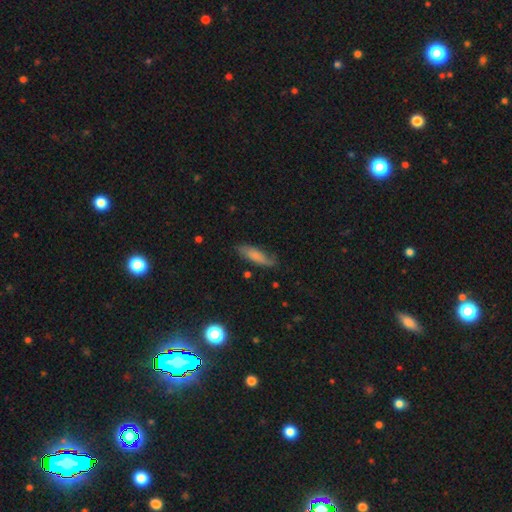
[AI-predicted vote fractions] Smooth or featured: smooth — 65% (featured or disk — 27%)
How rounded: in between — 51% (cigar-shaped — 47%)
Merging: none — 70% (minor disturbance — 23%)